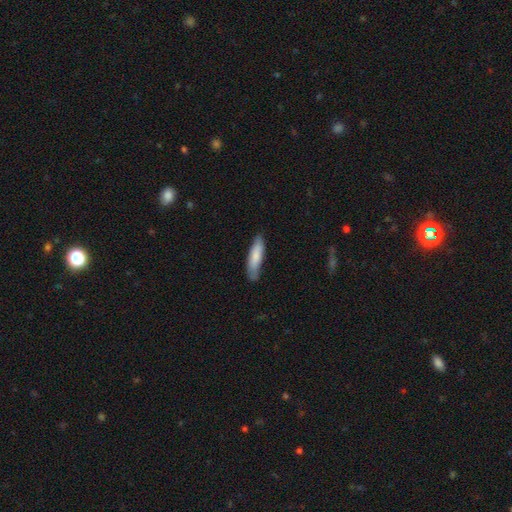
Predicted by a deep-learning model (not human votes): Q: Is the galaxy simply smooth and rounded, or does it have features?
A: smooth — 81%.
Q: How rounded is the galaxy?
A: cigar-shaped — 65%.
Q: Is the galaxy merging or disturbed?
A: none — 78%.